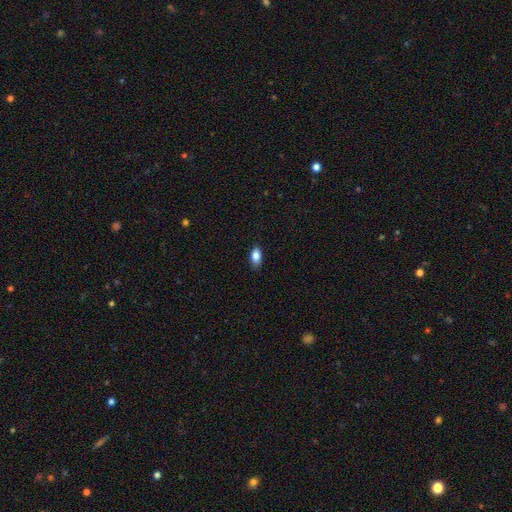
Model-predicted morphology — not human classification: Smooth or featured: smooth — 83% (featured or disk — 9%)
How rounded: in between — 89% (round — 7%)
Merging: none — 84% (minor disturbance — 13%)